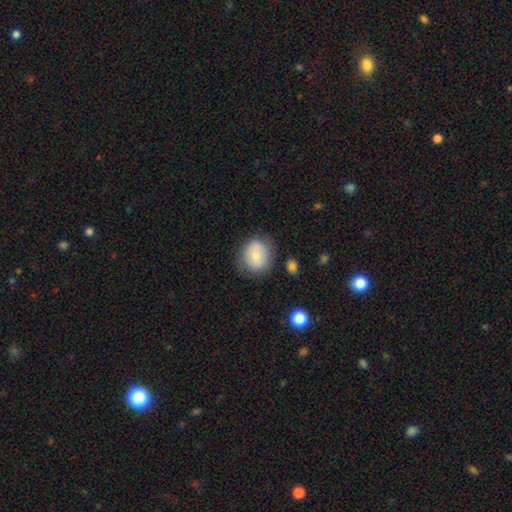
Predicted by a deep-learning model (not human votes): Overall: smooth (67%). How rounded: round (73%). Merging: none (73%).